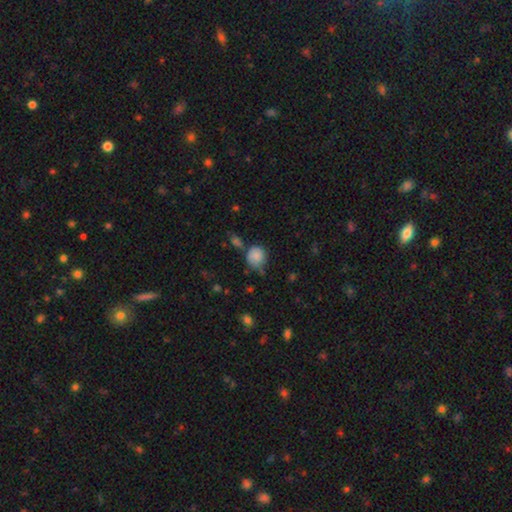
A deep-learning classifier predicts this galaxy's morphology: A smooth galaxy with no disk features (82%) that is round (79%). Merging: none (55%).